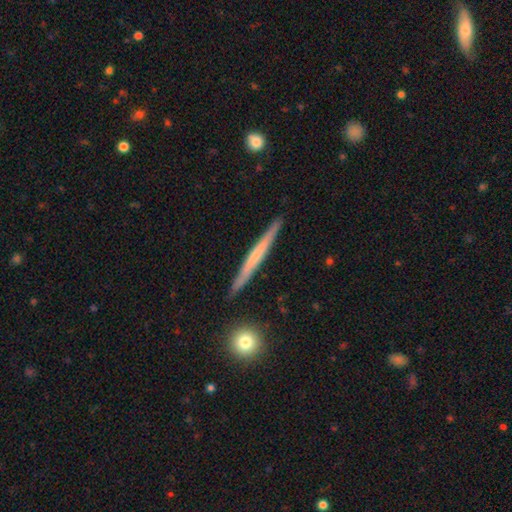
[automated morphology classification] Smooth or featured? featured or disk (55%)
Edge-on disk? yes (97%)
Edge-on bulge? none (69%)
Merging? none (90%)